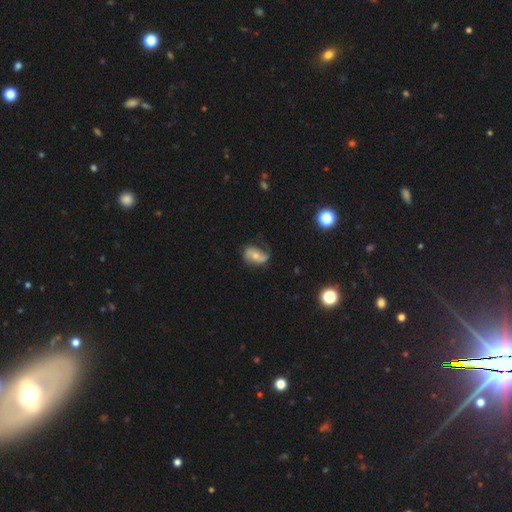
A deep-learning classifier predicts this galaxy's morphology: Overall: featured or disk (59%; smooth 32%). Edge-on disk: no (95%). Bar: no (55%; weak 29%). Spiral arms: yes (83%). Bulge size: moderate (55%; small 39%). Merging: none (55%; minor disturbance 28%).